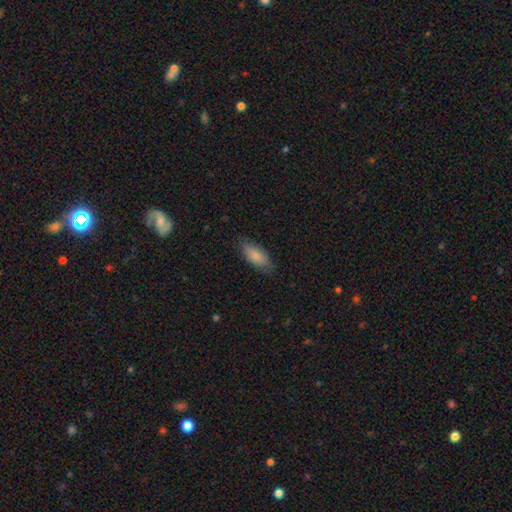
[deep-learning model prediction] A smooth galaxy with no disk features (82%) that is in between round and cigar-shaped (84%). Merging: none (79%).